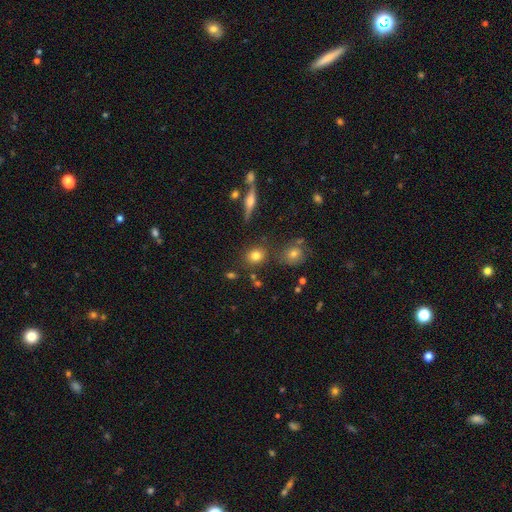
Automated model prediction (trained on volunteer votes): This is likely a smooth galaxy (78%). How rounded: likely round (71%). Merging: clearly none (81%).